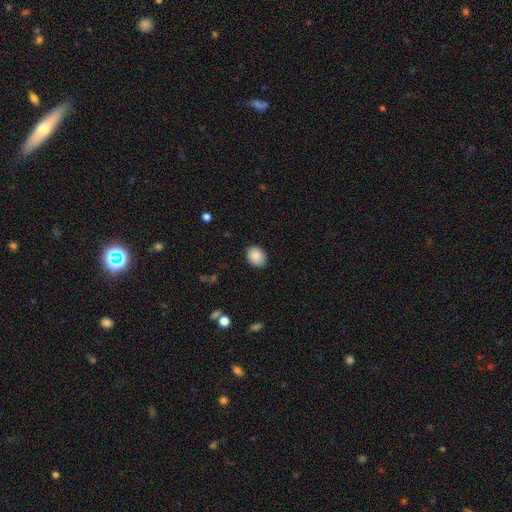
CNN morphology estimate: This is clearly a smooth galaxy (87%). How rounded: possibly round (50%, tied with in between). Merging: clearly none (88%).